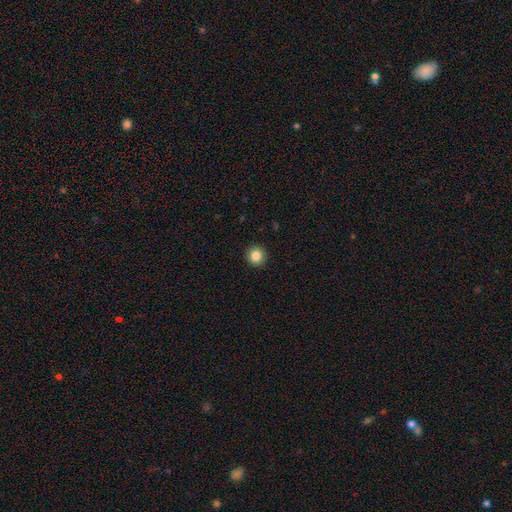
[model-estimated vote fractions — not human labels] This appears to be a smooth galaxy with no disk features (85%) that is round (94%). Merging: none (93%).